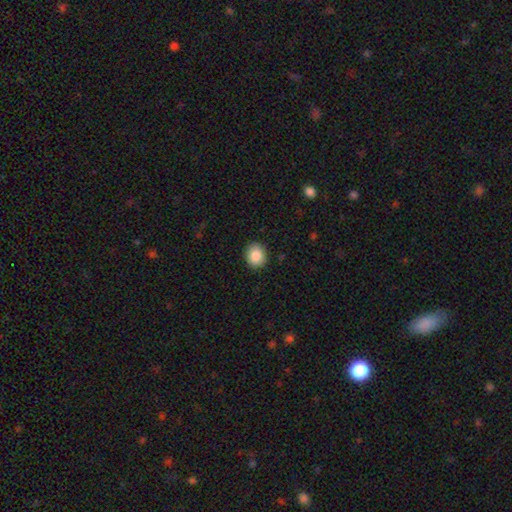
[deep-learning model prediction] The model was most divided on "how rounded": round: 70%, in between: 29%, cigar-shaped: 1%. More confident: merging — none (90%); smooth or featured — smooth (86%).